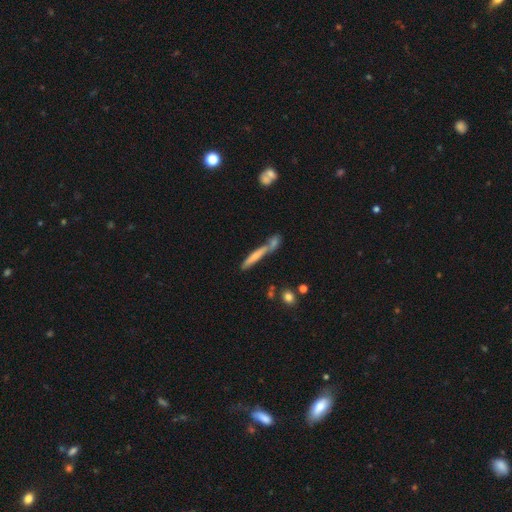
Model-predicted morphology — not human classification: Smooth or featured? Predicted: smooth (p=0.61). How rounded? Predicted: cigar-shaped (p=0.91). Merging? Predicted: none (p=0.49).